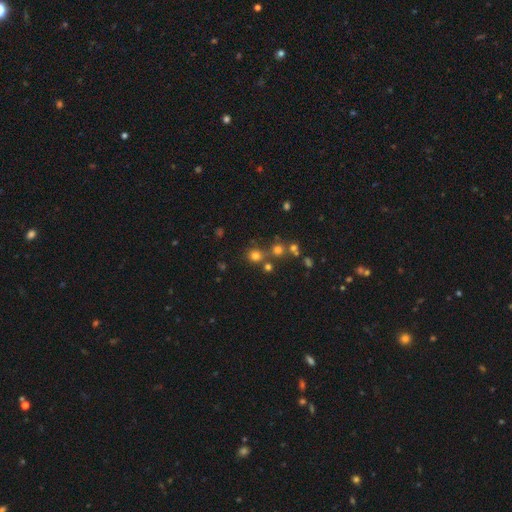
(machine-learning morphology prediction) smooth 70%, star or artifact 21%, featured or disk 8%. Down the decision tree: how rounded — round (90%); merging — none (70%).